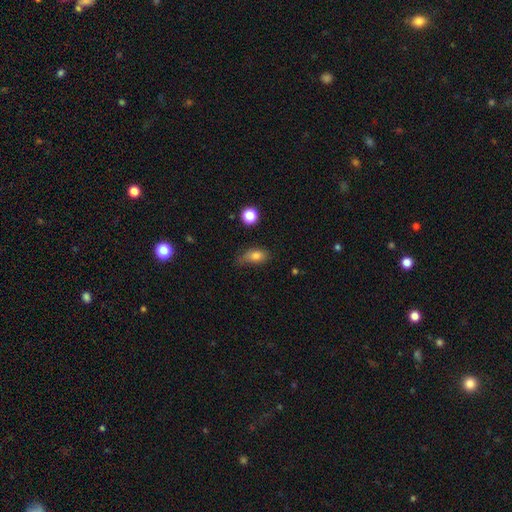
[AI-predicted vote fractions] Smooth or featured: smooth — 80% (star or artifact — 10%)
How rounded: in between — 82% (round — 12%)
Merging: none — 56% (minor disturbance — 32%)